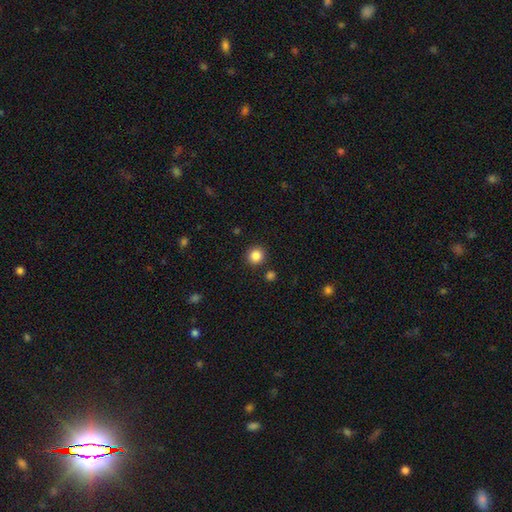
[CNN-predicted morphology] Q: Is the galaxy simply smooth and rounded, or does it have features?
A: smooth — 86%.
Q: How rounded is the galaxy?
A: round — 94%.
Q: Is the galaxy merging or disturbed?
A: none — 89%.